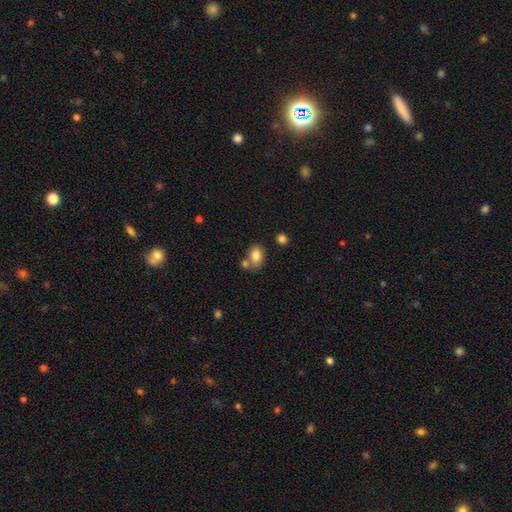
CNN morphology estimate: The model was most divided on "merging": none: 57%, merger: 24%, minor disturbance: 14%, major disturbance: 4%. More confident: smooth or featured — smooth (82%); how rounded — in between (72%).